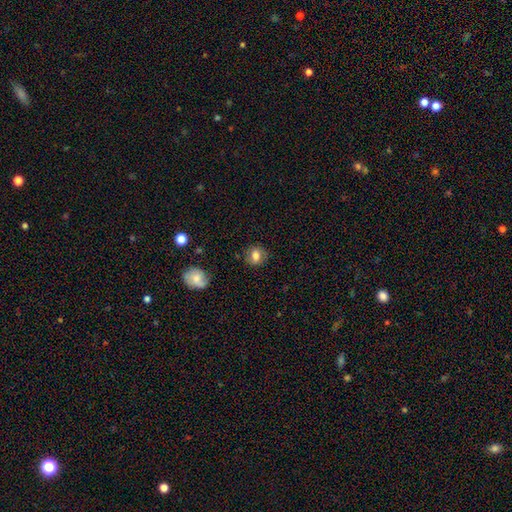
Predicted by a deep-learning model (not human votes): The model was most divided on "how rounded": round: 64%, in between: 34%, cigar-shaped: 1%. More confident: merging — none (80%); smooth or featured — smooth (72%).